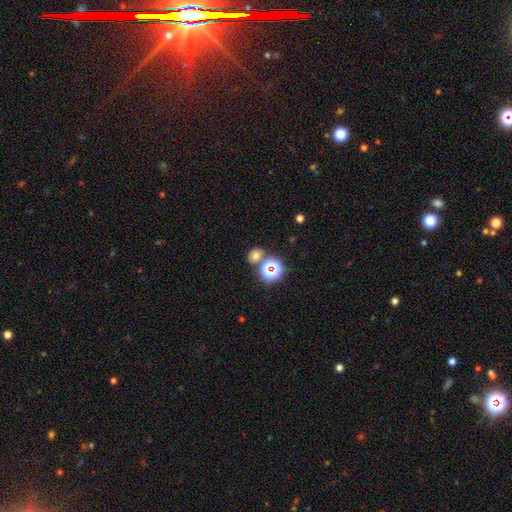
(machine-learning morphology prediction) This appears to be a smooth galaxy with no disk features (63%) that is round (64%). Merging: none (71%).